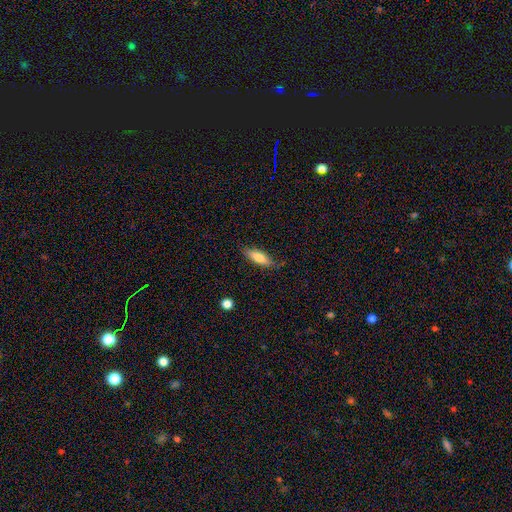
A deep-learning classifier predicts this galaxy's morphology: Overall: smooth (72%). How rounded: in between (54%; cigar-shaped 44%). Merging: none (73%).